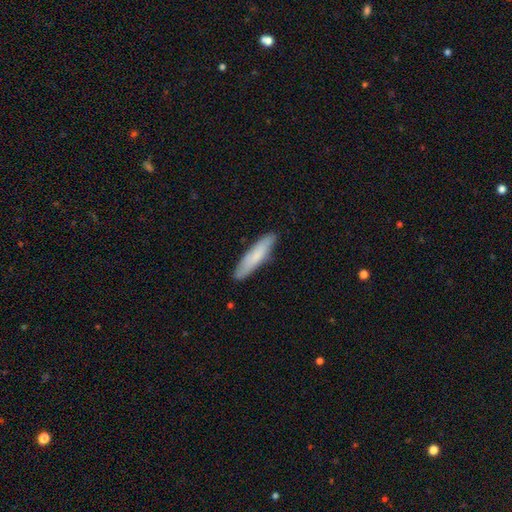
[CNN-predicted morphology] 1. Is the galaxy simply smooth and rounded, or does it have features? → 77% smooth, 18% featured or disk, 5% star or artifact.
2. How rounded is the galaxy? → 82% cigar-shaped, 17% in between, 1% round.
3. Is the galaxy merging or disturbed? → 86% none, 11% minor disturbance, 2% major disturbance, 1% merger.